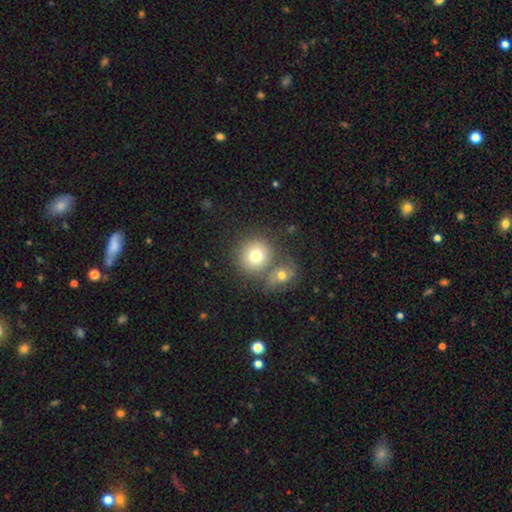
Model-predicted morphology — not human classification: This appears to be a smooth galaxy with no disk features (75%) that is round (88%). Merging: none (55%).